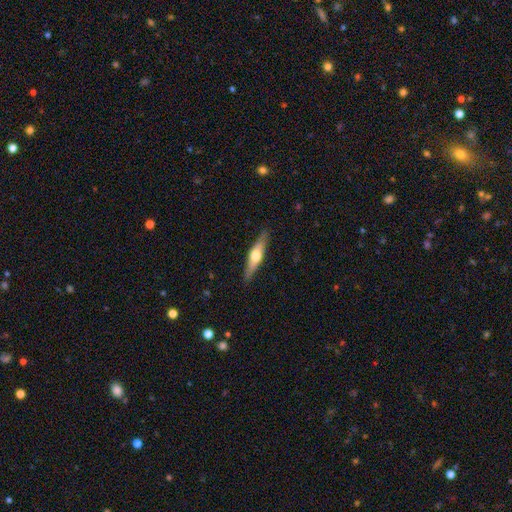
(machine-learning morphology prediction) Smooth or featured: featured or disk — 56% (smooth — 39%)
Edge-on disk: yes — 94% (no — 6%)
Edge-on bulge: rounded — 92% (boxy — 4%)
Merging: none — 88% (minor disturbance — 9%)